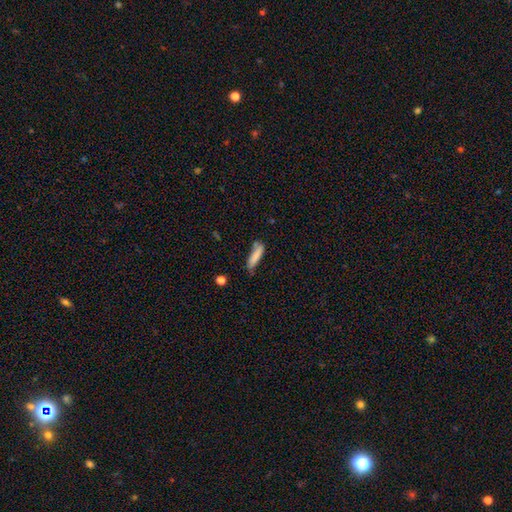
A smooth galaxy with no disk features (84%) that is cigar-shaped (78%). Merging: none (47%).